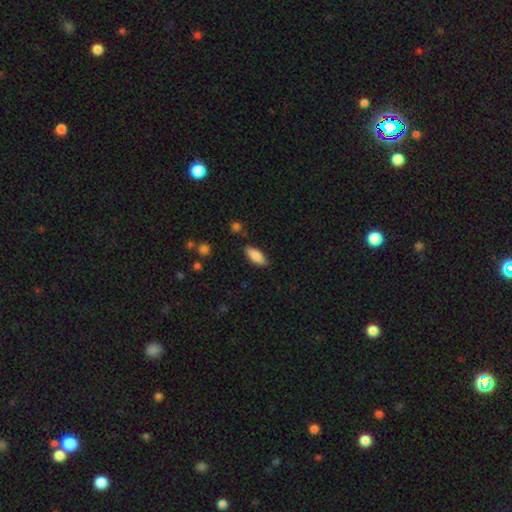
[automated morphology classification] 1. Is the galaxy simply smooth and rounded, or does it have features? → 85% smooth, 9% featured or disk, 6% star or artifact.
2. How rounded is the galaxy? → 79% in between, 19% cigar-shaped, 2% round.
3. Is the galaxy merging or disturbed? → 84% none, 12% minor disturbance, 2% major disturbance, 2% merger.